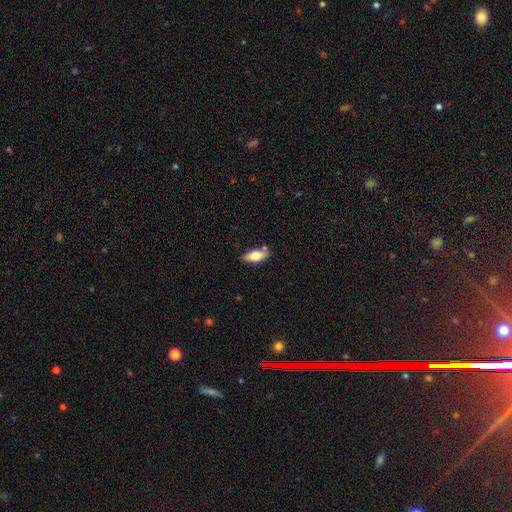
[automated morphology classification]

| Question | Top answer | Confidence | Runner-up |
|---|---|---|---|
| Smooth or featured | smooth | 68% | featured or disk (25%) |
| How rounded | in between | 79% | cigar-shaped (18%) |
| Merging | none | 76% | minor disturbance (16%) |